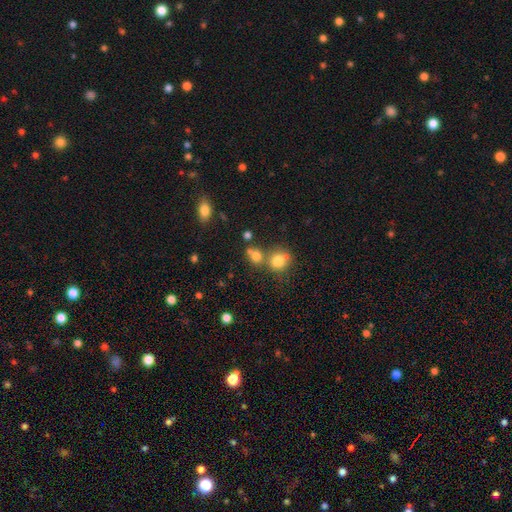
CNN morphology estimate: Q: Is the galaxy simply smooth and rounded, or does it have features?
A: smooth — 75%.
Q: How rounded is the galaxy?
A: round — 73%.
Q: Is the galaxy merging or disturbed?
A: none — 47%.